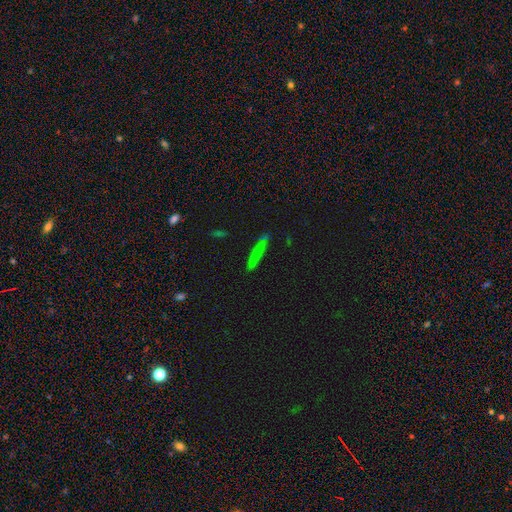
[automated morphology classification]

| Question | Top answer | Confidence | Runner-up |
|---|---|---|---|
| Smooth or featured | smooth | 73% | featured or disk (17%) |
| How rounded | cigar-shaped | 92% | in between (6%) |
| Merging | none | 78% | minor disturbance (15%) |